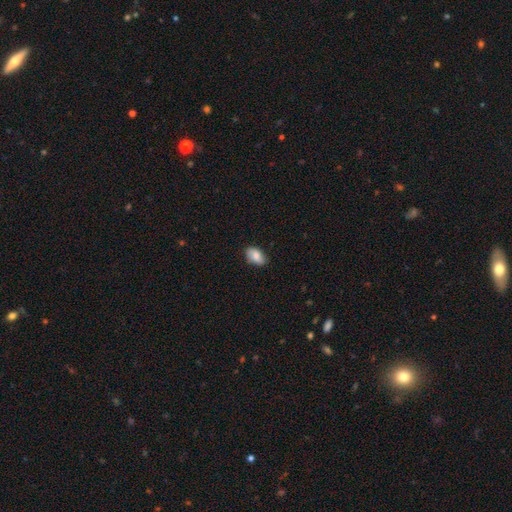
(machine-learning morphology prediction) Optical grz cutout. It shows a smooth galaxy with no disk features (79%) that is in between round and cigar-shaped (91%). Merging: none (80%).